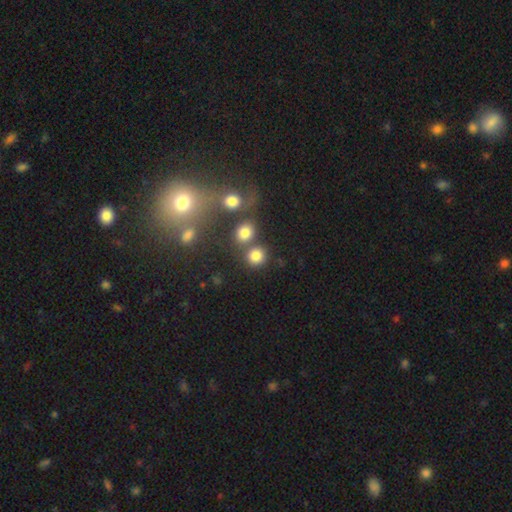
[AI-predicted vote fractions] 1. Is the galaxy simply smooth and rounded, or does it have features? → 80% smooth, 12% star or artifact, 7% featured or disk.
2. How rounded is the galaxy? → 85% round, 14% in between, 1% cigar-shaped.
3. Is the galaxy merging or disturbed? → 64% none, 22% merger, 9% minor disturbance, 5% major disturbance.